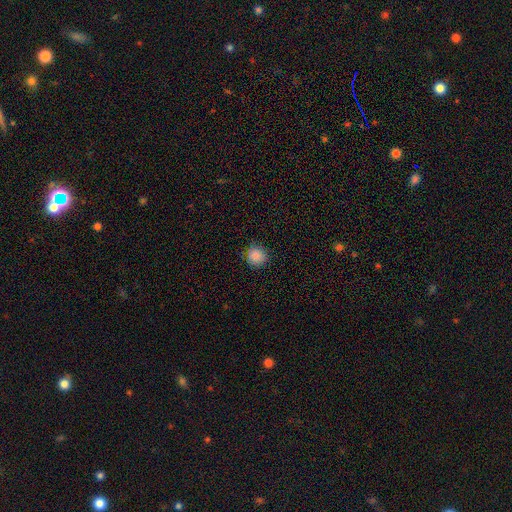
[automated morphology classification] A smooth galaxy with no disk features (86%) that is round (92%). Merging: none (86%).